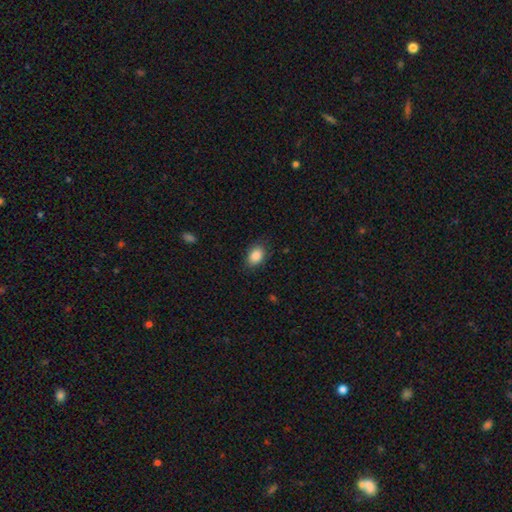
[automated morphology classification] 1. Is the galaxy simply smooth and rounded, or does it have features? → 88% smooth, 8% star or artifact, 4% featured or disk.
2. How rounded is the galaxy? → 79% in between, 20% round, 1% cigar-shaped.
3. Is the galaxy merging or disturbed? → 80% none, 15% minor disturbance, 4% major disturbance, 1% merger.